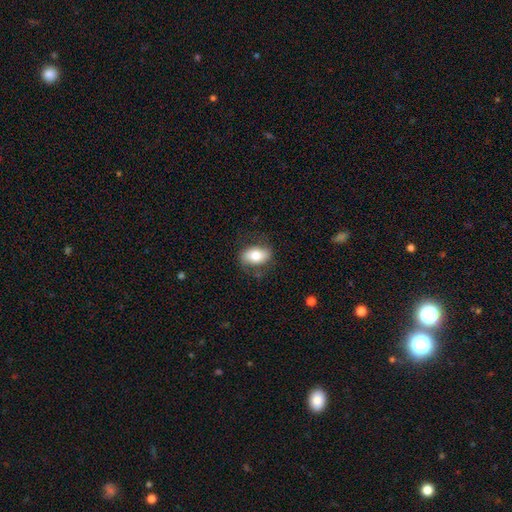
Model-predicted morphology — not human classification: type=smooth (69%); roundness=in between (87%); merging=none (72%).